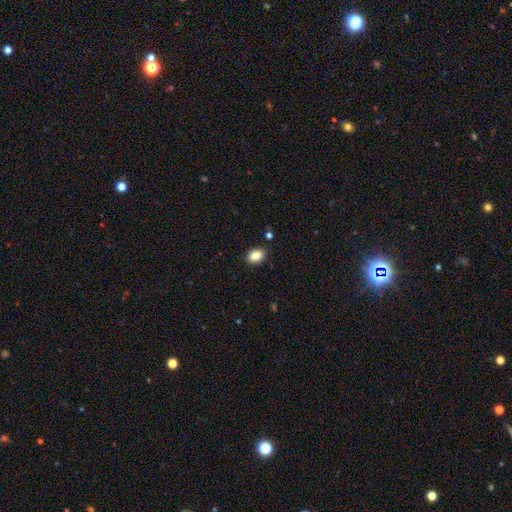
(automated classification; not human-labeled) This is clearly a smooth galaxy (87%). How rounded: likely in between (75%). Merging: clearly none (86%).